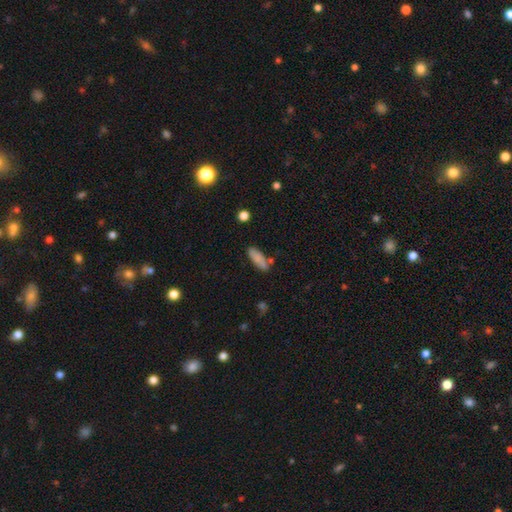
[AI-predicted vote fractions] Smooth or featured?
  - smooth: 80% *
  - featured or disk: 10%
  - star or artifact: 10%
How rounded?
  - in between: 53% *
  - cigar-shaped: 44%
  - round: 3%
Merging?
  - none: 72% *
  - minor disturbance: 16%
  - merger: 7%
  - major disturbance: 4%